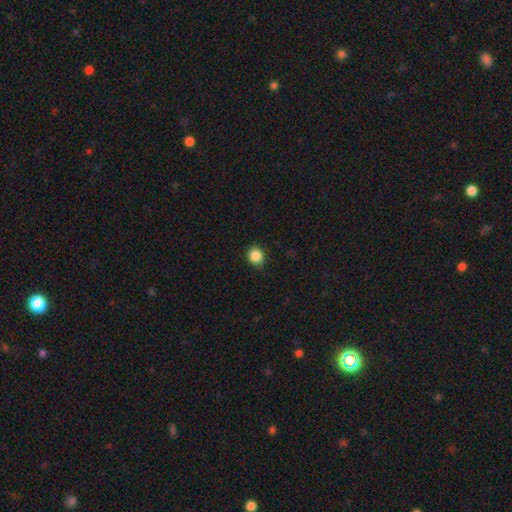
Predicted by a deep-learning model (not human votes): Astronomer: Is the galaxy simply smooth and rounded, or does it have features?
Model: smooth — 87%.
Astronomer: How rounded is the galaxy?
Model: round — 85%.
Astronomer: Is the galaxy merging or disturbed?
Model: none — 89%.